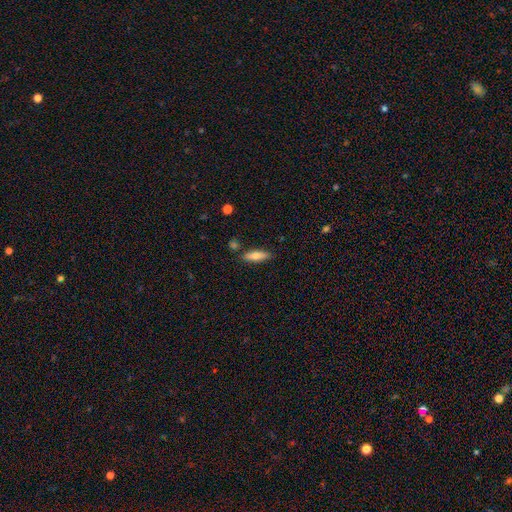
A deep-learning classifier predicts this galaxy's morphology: Q: Smooth or featured?
A: smooth (69%); runner-up: featured or disk (24%)
Q: How rounded?
A: cigar-shaped (61%); runner-up: in between (37%)
Q: Merging?
A: none (83%); runner-up: minor disturbance (11%)